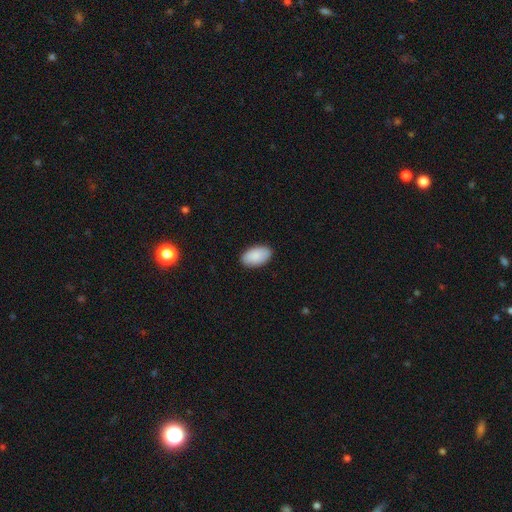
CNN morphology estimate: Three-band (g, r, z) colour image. It shows a smooth galaxy with no disk features (90%) that is in between round and cigar-shaped (95%). Merging: none (89%).